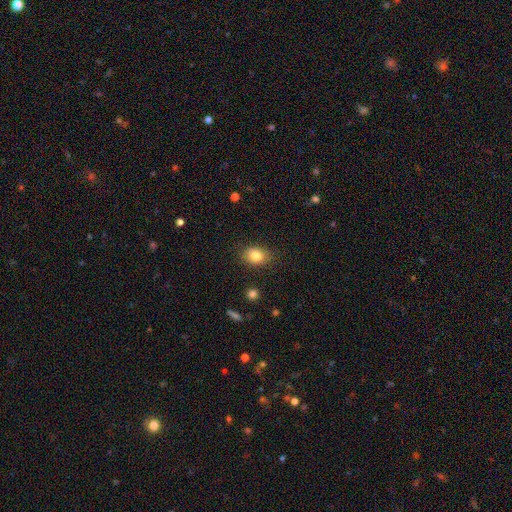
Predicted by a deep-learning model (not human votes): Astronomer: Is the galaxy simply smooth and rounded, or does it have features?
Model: smooth — 82%.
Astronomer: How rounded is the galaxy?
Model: in between — 67%.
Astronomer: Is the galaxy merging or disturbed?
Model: none — 83%.